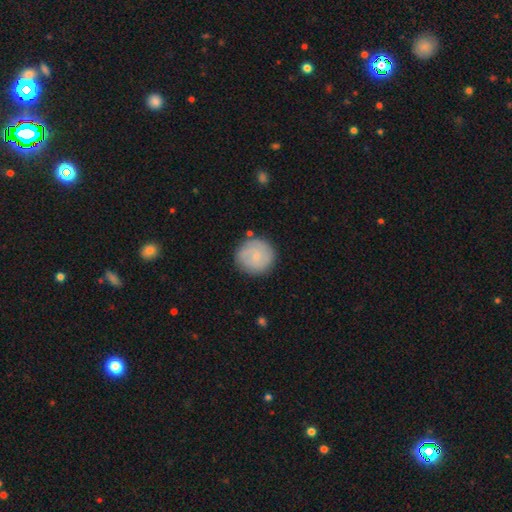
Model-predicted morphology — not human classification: Smooth or featured: smooth — 59% (featured or disk — 35%)
How rounded: round — 93% (in between — 6%)
Merging: none — 83% (minor disturbance — 12%)